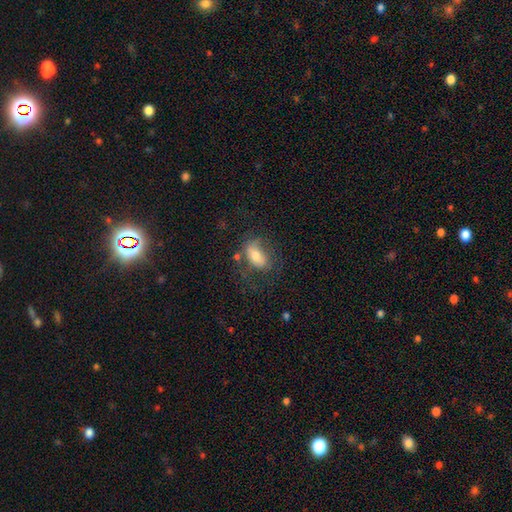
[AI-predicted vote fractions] Smooth or featured?
  - smooth: 59% *
  - featured or disk: 31%
  - star or artifact: 10%
How rounded?
  - in between: 86% *
  - round: 10%
  - cigar-shaped: 4%
Merging?
  - none: 53% *
  - minor disturbance: 23%
  - major disturbance: 20%
  - merger: 4%